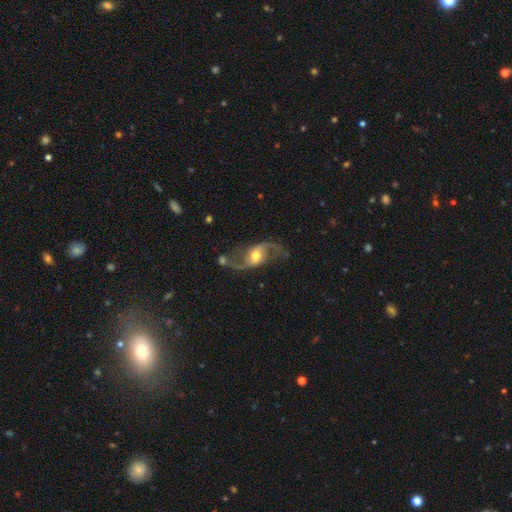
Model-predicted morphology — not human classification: A featured or disk galaxy (88%) with no bar (52%), 2 (93%) loose (75%) spiral arms (95%) and a moderate central bulge (70%).

Vote fractions:
- Smooth or featured? featured or disk: 88% / smooth: 7% / star or artifact: 5%
- Edge-on disk? no: 97% / yes: 3%
- Bar? no: 52% / weak: 35% / strong: 13%
- Spiral arms? yes: 95% / no: 5%
- Spiral winding? loose: 75% / medium: 20% / tight: 4%
- Spiral arm count? 2: 93% / 1: 2% / can't tell: 2% / 3: 1% / 4: 1% / more than 4: 1%
- Bulge size? moderate: 70% / small: 16% / large: 11% / dominant: 1% / none: 1%
- Merging? none: 64% / minor disturbance: 17% / major disturbance: 13% / merger: 7%